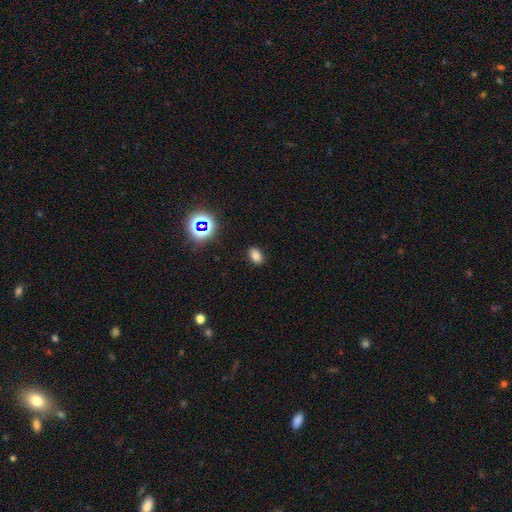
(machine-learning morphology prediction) Q: Smooth or featured?
A: smooth (75%); runner-up: star or artifact (17%)
Q: How rounded?
A: in between (83%); runner-up: round (16%)
Q: Merging?
A: none (88%); runner-up: minor disturbance (9%)